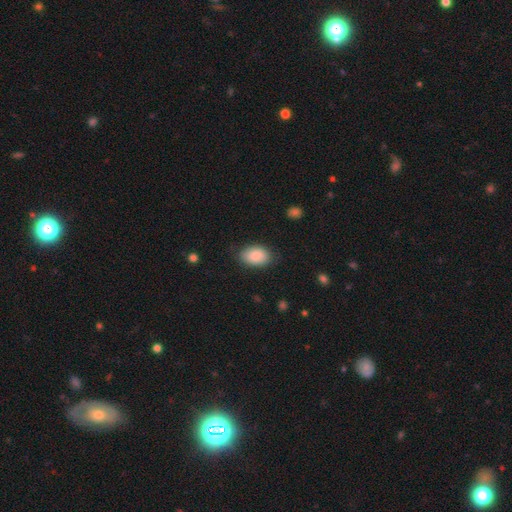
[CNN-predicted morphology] This appears to be a smooth galaxy with no disk features (89%) that is in between round and cigar-shaped (90%). Merging: none (81%).